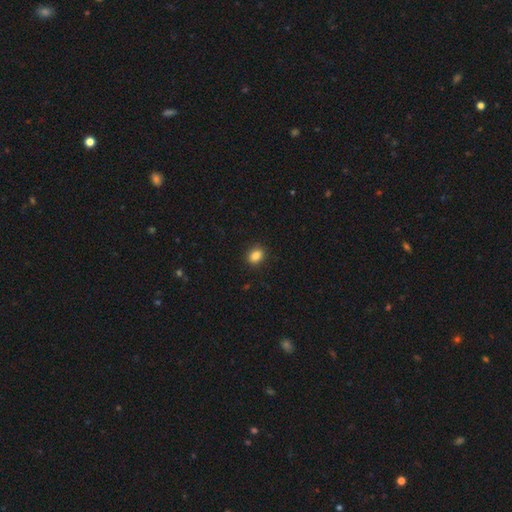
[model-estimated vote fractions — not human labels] smooth-or-featured: smooth: 87% | star or artifact: 10% | featured or disk: 4%
  how-rounded: in between: 58% | round: 41% | cigar-shaped: 1%
  merging: none: 88% | minor disturbance: 8% | major disturbance: 2% | merger: 1%